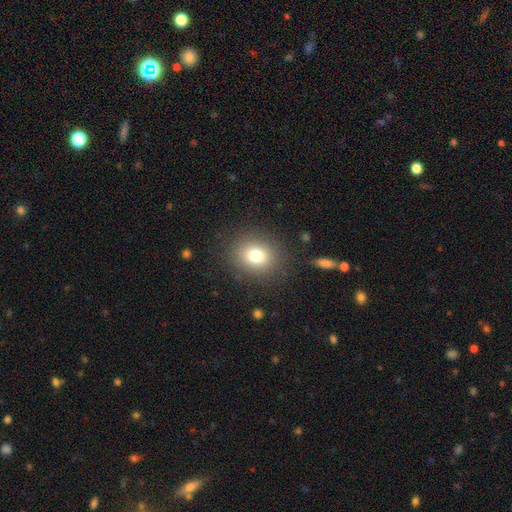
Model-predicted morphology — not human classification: Smooth or featured? smooth (77%)
How rounded? round (69%)
Merging? none (86%)